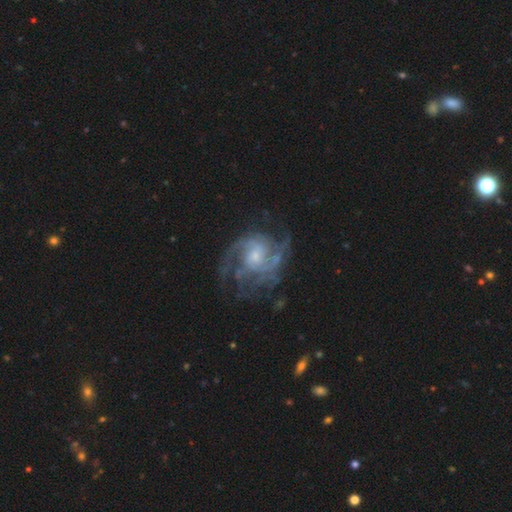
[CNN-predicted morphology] featured or disk 87%, star or artifact 7%, smooth 6%. Down the decision tree: edge-on disk — no (98%); bar — no (62%); spiral arms — yes (95%); spiral arm count — 2 (36%); spiral winding — medium (48%); bulge size — small (53%); merging — none (64%).